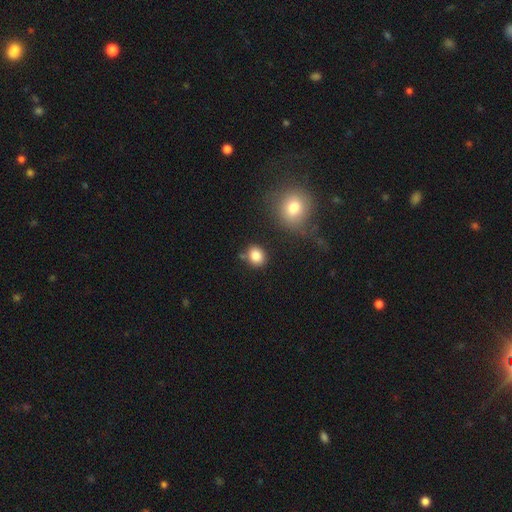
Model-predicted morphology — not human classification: Smooth or featured?
  - smooth: 85% *
  - star or artifact: 10%
  - featured or disk: 5%
How rounded?
  - round: 61% *
  - in between: 37%
  - cigar-shaped: 1%
Merging?
  - none: 78% *
  - minor disturbance: 11%
  - merger: 8%
  - major disturbance: 3%